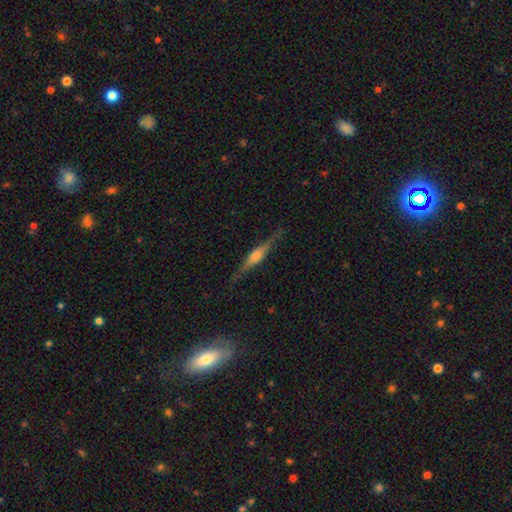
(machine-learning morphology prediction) Smooth or featured?
  - featured or disk: 78% *
  - smooth: 15%
  - star or artifact: 6%
Edge-on disk?
  - yes: 97% *
  - no: 3%
Edge-on bulge?
  - rounded: 76% *
  - boxy: 19%
  - none: 5%
Merging?
  - none: 86% *
  - minor disturbance: 10%
  - major disturbance: 3%
  - merger: 1%